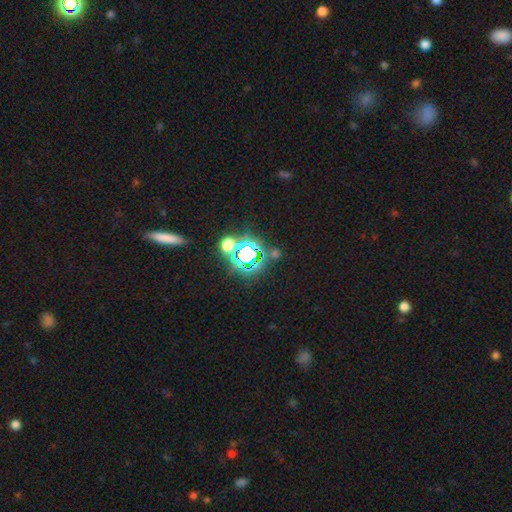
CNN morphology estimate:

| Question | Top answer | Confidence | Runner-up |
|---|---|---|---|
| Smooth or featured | star or artifact | 72% | smooth (19%) |